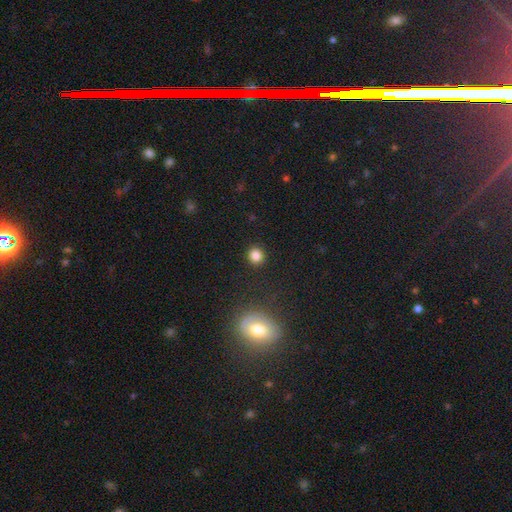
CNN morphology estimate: type=smooth (84%); roundness=round (88%); merging=none (91%).